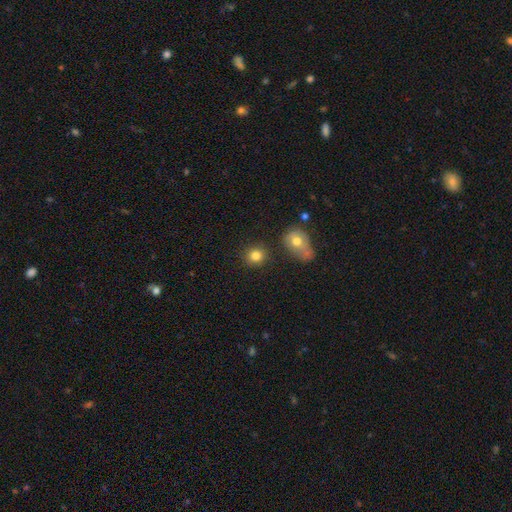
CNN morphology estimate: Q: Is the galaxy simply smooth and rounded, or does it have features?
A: smooth — 82%.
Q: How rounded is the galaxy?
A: round — 83%.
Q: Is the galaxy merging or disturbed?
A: none — 81%.